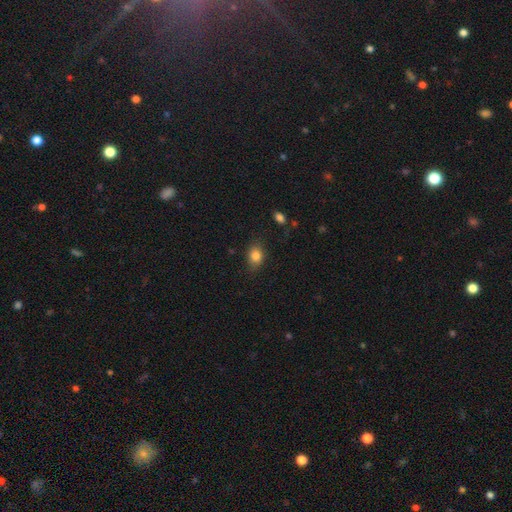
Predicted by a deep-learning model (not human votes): This is clearly a smooth galaxy (83%). How rounded: likely in between (64%). Merging: clearly none (80%).